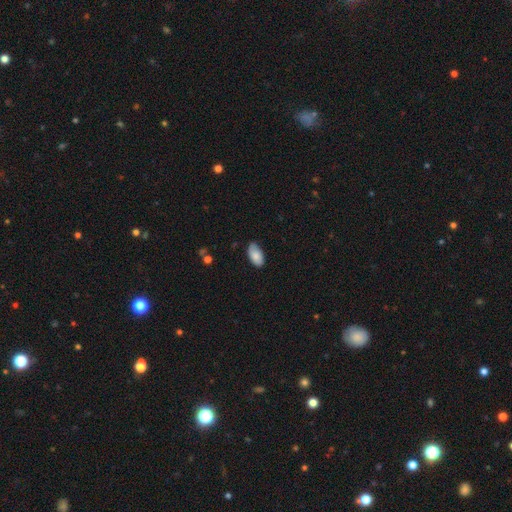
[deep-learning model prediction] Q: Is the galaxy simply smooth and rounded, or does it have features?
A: smooth — 81%.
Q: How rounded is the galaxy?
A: in between — 95%.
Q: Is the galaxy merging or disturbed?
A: none — 72%.